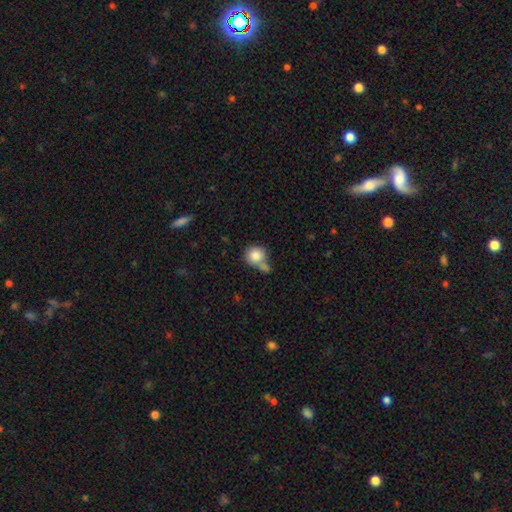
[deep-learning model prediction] smooth 84%, star or artifact 9%, featured or disk 8%. Down the decision tree: how rounded — round (87%); merging — none (49%).